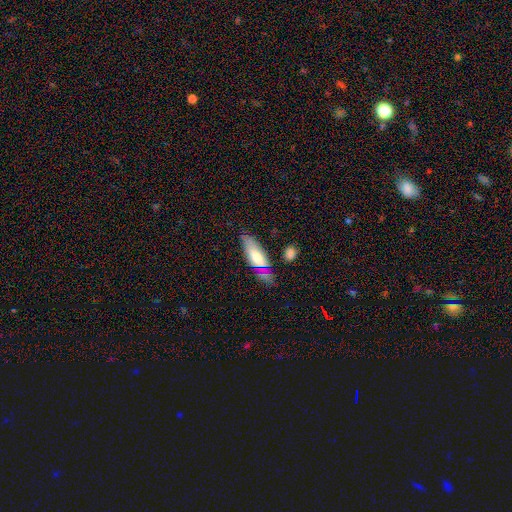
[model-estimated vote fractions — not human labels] Overall: smooth (63%; featured or disk 29%). How rounded: in between (60%; cigar-shaped 37%). Merging: none (58%; minor disturbance 24%).